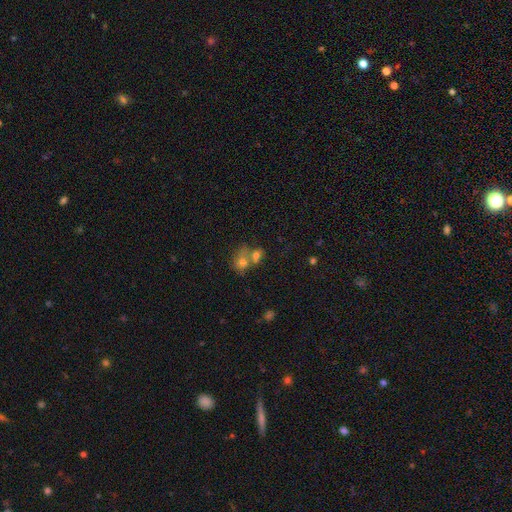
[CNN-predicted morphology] smooth-or-featured: smooth: 69% | featured or disk: 18% | star or artifact: 13%
  how-rounded: round: 55% | in between: 43% | cigar-shaped: 1%
  merging: merger: 64% | none: 24% | minor disturbance: 7% | major disturbance: 4%